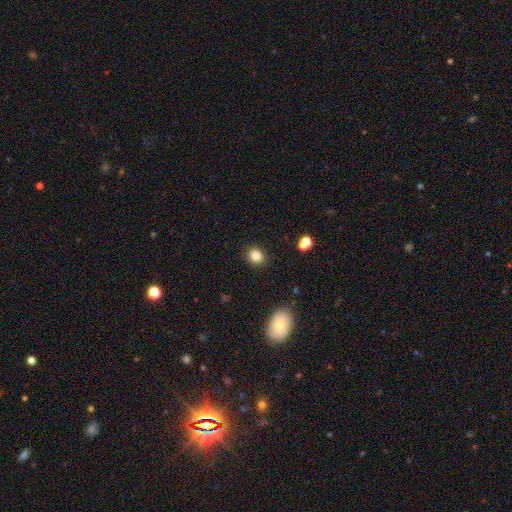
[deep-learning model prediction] Overall: smooth (84%). How rounded: round (70%). Merging: none (88%).